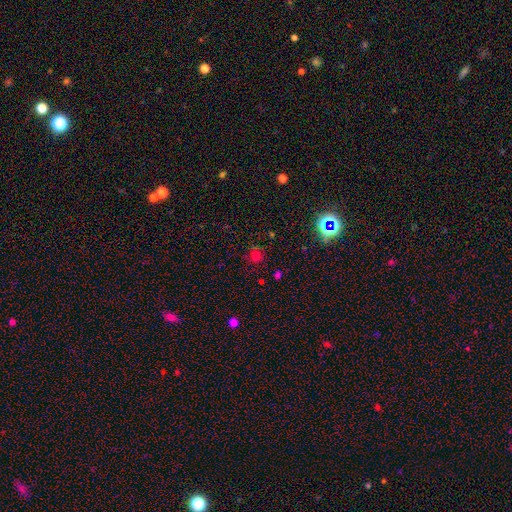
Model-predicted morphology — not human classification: Smooth or featured? Predicted: smooth (p=0.62). How rounded? Predicted: round (p=0.82). Merging? Predicted: none (p=0.78).